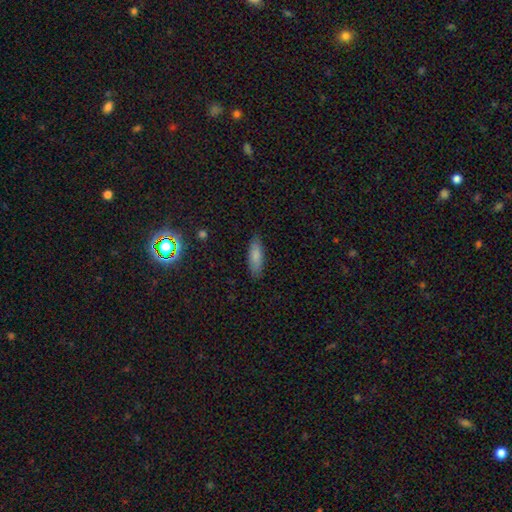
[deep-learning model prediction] Smooth or featured? Predicted: smooth (p=0.82). How rounded? Predicted: in between (p=0.56). Merging? Predicted: none (p=0.85).